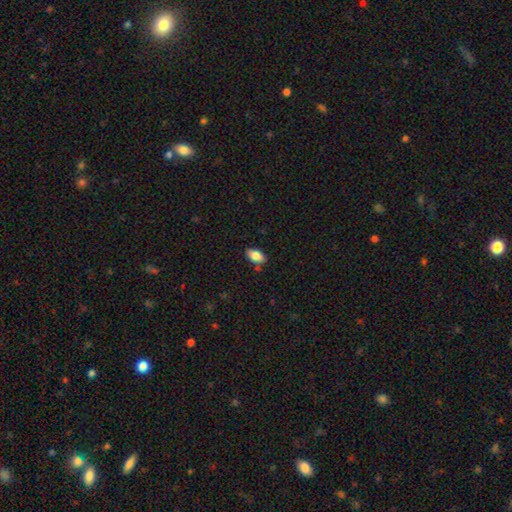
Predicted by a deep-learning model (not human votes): Overall: smooth (82%). How rounded: in between (92%). Merging: none (82%).